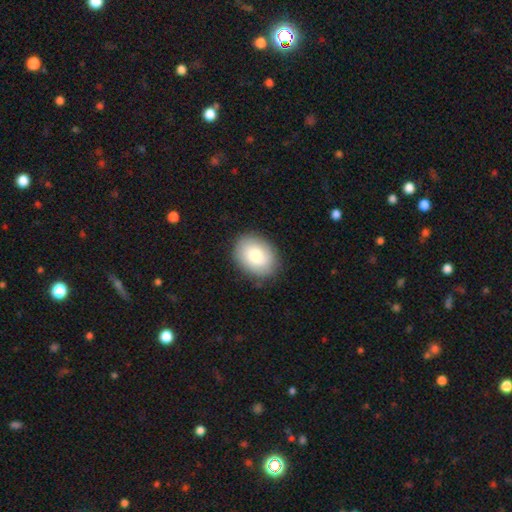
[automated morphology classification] smooth-or-featured: smooth: 78% | featured or disk: 15% | star or artifact: 7%
  how-rounded: in between: 66% | round: 33% | cigar-shaped: 1%
  merging: none: 85% | minor disturbance: 11% | major disturbance: 3% | merger: 1%